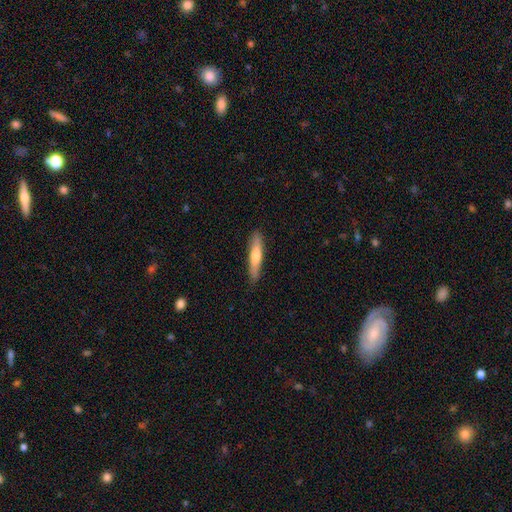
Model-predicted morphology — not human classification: The model was most divided on "smooth or featured": smooth: 60%, featured or disk: 35%, star or artifact: 5%. More confident: how rounded — cigar-shaped (87%); merging — none (86%).